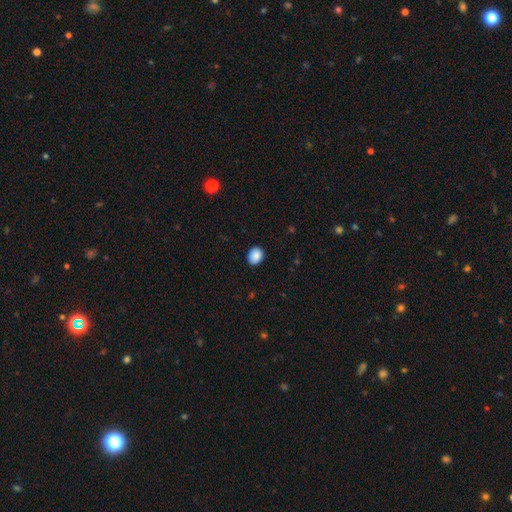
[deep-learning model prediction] This is clearly a smooth galaxy (88%). How rounded: possibly round (50%). Merging: clearly none (87%).